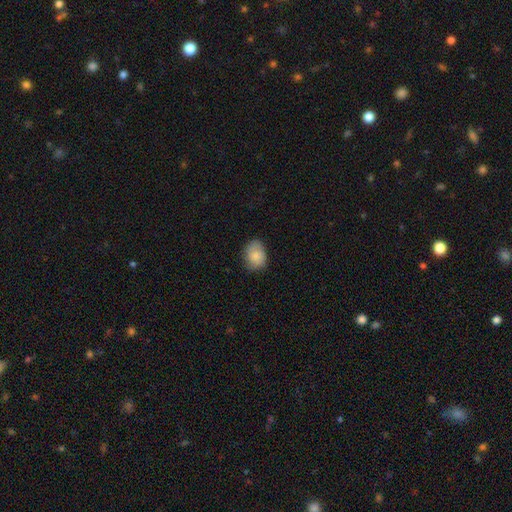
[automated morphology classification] Smooth or featured? Predicted: smooth (p=0.83). How rounded? Predicted: in between (p=0.63). Merging? Predicted: none (p=0.75).